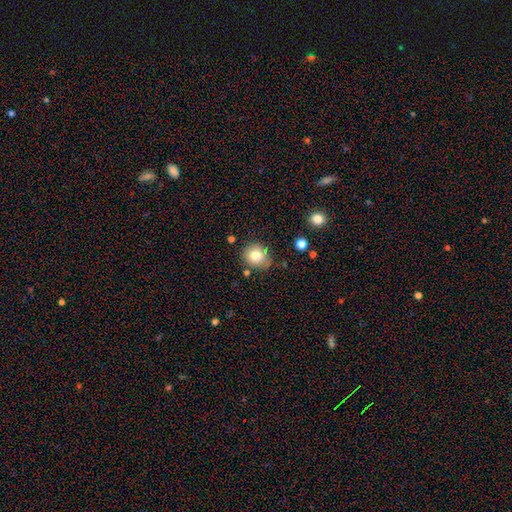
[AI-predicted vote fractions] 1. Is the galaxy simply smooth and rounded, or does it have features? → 78% smooth, 11% featured or disk, 11% star or artifact.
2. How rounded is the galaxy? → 79% round, 20% in between, 1% cigar-shaped.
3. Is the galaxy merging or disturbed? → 77% none, 15% minor disturbance, 5% merger, 3% major disturbance.